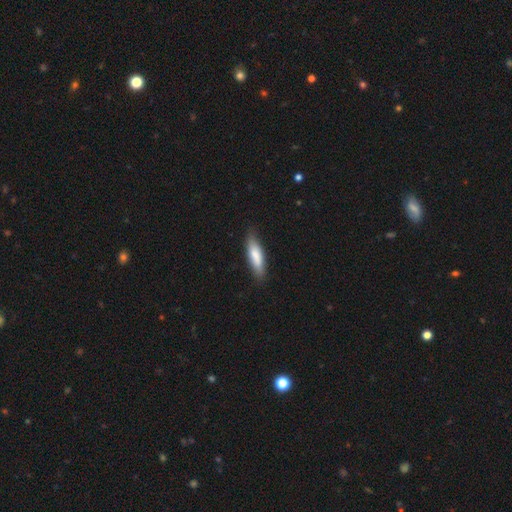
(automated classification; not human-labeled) Smooth or featured? smooth (80%)
How rounded? cigar-shaped (57%)
Merging? none (80%)